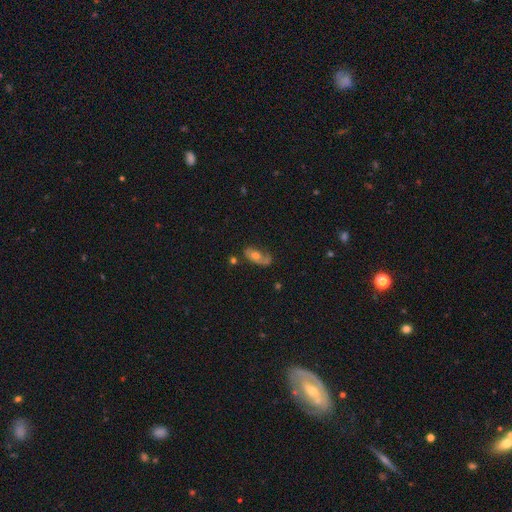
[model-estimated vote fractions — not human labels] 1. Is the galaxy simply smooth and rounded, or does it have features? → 49% smooth, 42% featured or disk, 9% star or artifact.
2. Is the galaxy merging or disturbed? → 47% none, 27% minor disturbance, 19% major disturbance, 7% merger.